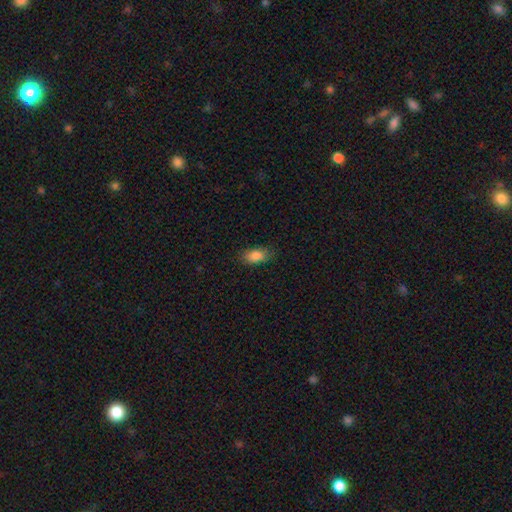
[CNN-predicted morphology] Smooth or featured: smooth — 86% (star or artifact — 8%)
How rounded: in between — 89% (round — 6%)
Merging: none — 81% (minor disturbance — 15%)